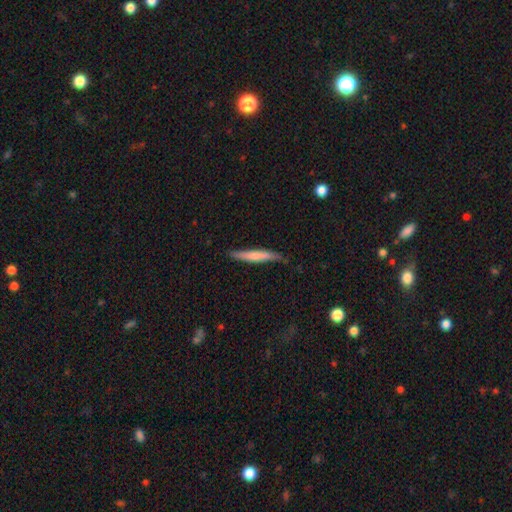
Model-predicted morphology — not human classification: smooth_or_featured: smooth (p=0.65) [alt: featured or disk p=0.30]
how_rounded: cigar-shaped (p=0.94) [alt: in between p=0.04]
merging: none (p=0.77) [alt: minor disturbance p=0.19]